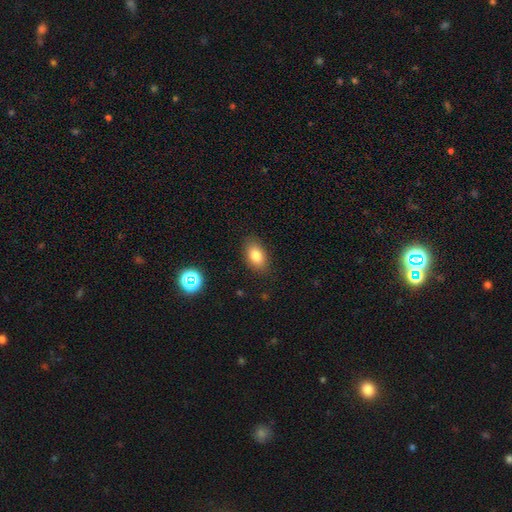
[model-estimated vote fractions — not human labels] smooth 83%, star or artifact 10%, featured or disk 8%. Down the decision tree: how rounded — in between (89%); merging — none (85%).